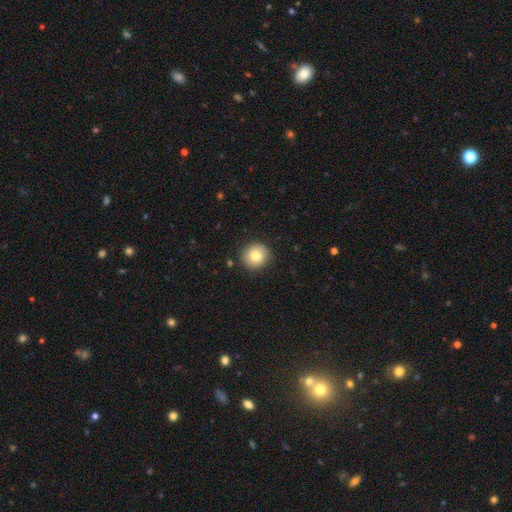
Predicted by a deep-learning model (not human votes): Overall: smooth (80%). How rounded: round (91%). Merging: none (89%).